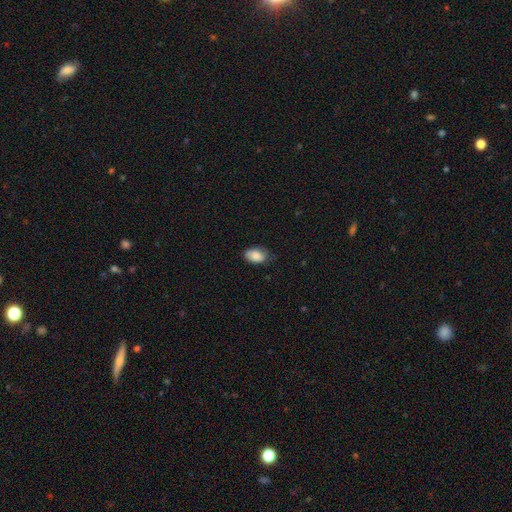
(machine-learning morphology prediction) smooth_or_featured: smooth (p=0.85) [alt: featured or disk p=0.08]
how_rounded: in between (p=0.90) [alt: round p=0.09]
merging: none (p=0.70) [alt: minor disturbance p=0.24]